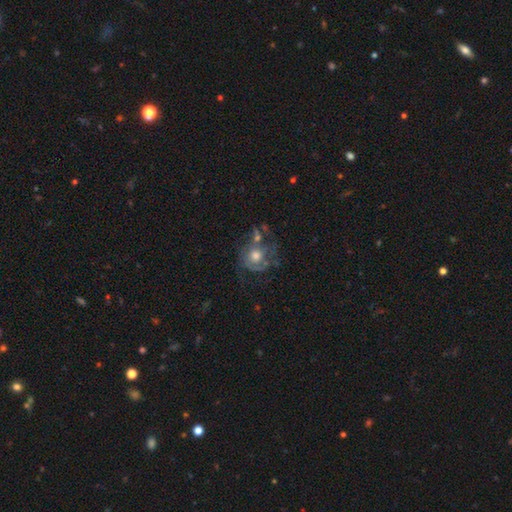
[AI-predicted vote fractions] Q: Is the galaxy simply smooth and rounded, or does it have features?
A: featured or disk — 65%.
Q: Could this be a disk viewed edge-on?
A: no — 97%.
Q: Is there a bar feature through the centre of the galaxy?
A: no — 83%.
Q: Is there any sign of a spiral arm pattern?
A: yes — 73%.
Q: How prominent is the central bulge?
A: moderate — 64%.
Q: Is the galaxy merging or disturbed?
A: none — 46%.